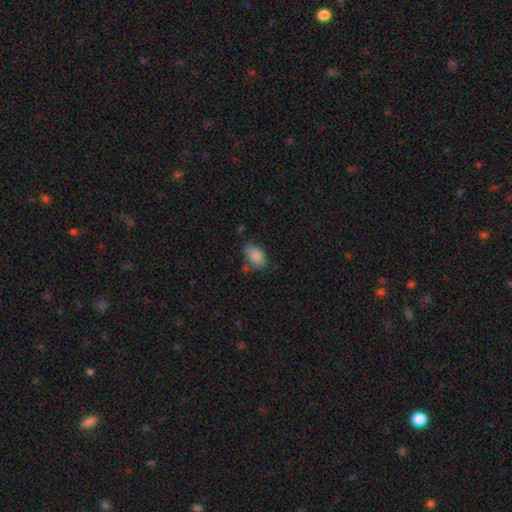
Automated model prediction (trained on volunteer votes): Smooth or featured? smooth (86%)
How rounded? in between (91%)
Merging? none (63%)